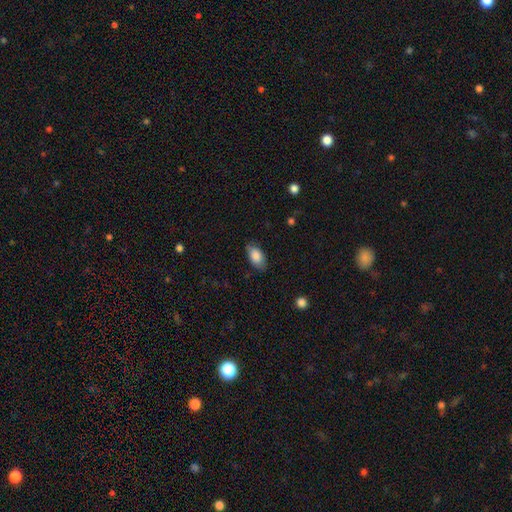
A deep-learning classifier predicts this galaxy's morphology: Q: Smooth or featured?
A: smooth (85%); runner-up: featured or disk (9%)
Q: How rounded?
A: in between (92%); runner-up: round (4%)
Q: Merging?
A: none (80%); runner-up: minor disturbance (15%)